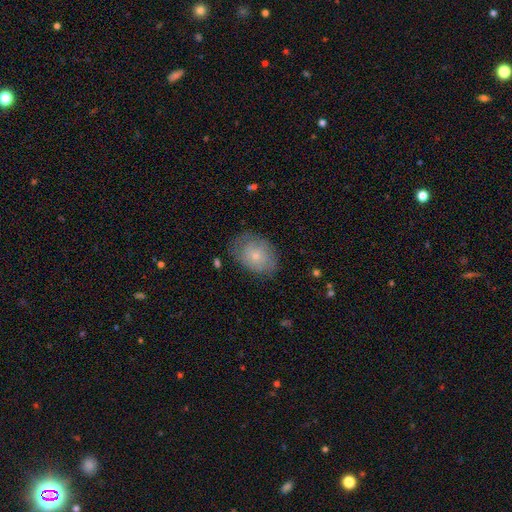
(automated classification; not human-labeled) Q: Smooth or featured?
A: smooth (64%); runner-up: featured or disk (29%)
Q: How rounded?
A: in between (69%); runner-up: round (29%)
Q: Merging?
A: none (67%); runner-up: minor disturbance (23%)